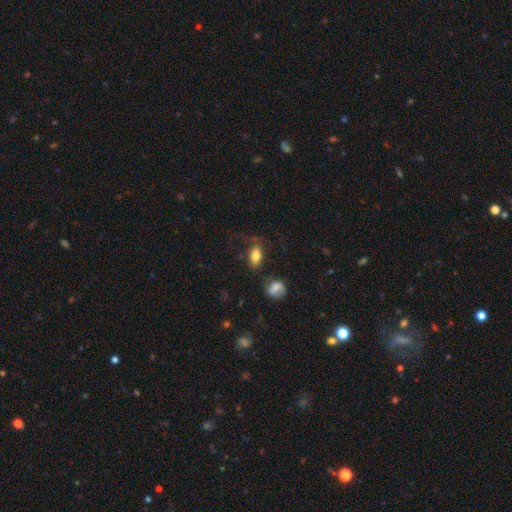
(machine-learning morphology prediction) A smooth galaxy with no disk features (80%) that is in between round and cigar-shaped (89%). Merging: none (55%).